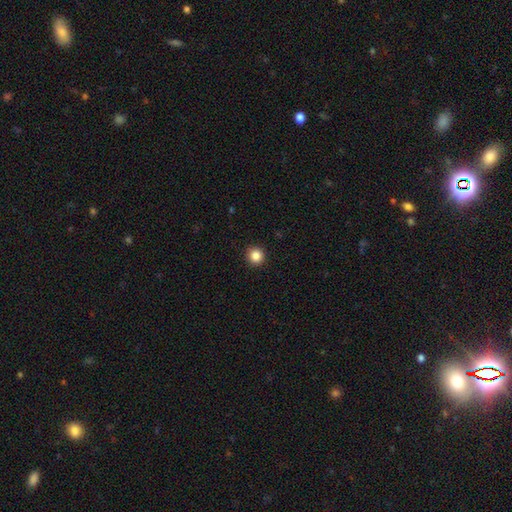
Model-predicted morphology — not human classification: Q: Smooth or featured?
A: smooth (86%); runner-up: star or artifact (11%)
Q: How rounded?
A: round (94%); runner-up: in between (5%)
Q: Merging?
A: none (93%); runner-up: minor disturbance (5%)